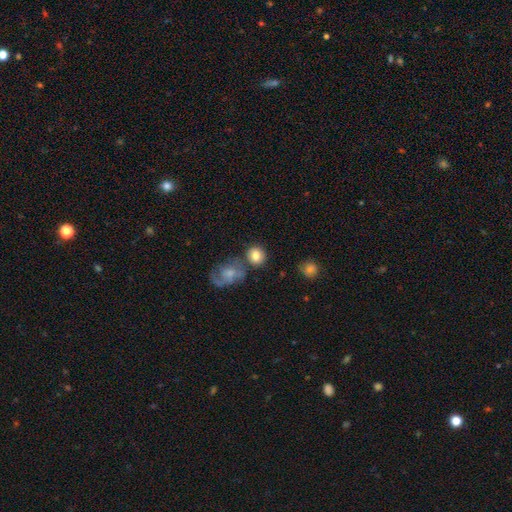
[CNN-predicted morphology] Q: Smooth or featured?
A: smooth (81%); runner-up: featured or disk (11%)
Q: How rounded?
A: round (78%); runner-up: in between (21%)
Q: Merging?
A: none (66%); runner-up: merger (16%)